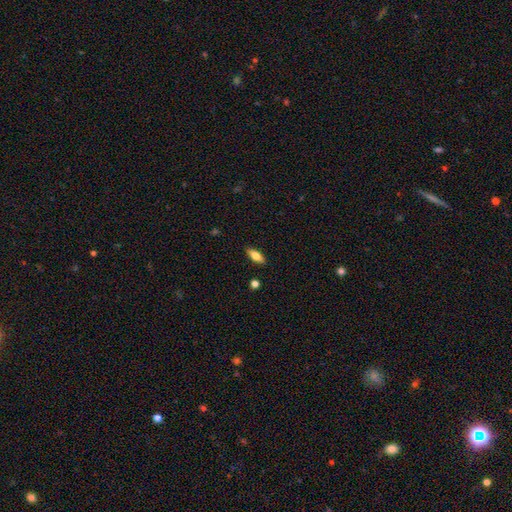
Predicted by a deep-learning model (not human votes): This appears to be a smooth galaxy with no disk features (69%) that is in between round and cigar-shaped (71%). Merging: none (88%).